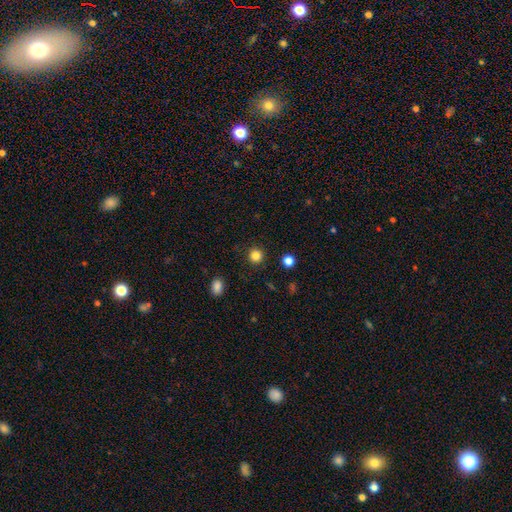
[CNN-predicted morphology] smooth-or-featured: smooth: 83% | star or artifact: 13% | featured or disk: 4%
  how-rounded: round: 94% | in between: 5% | cigar-shaped: 1%
  merging: none: 91% | minor disturbance: 5% | major disturbance: 2% | merger: 1%